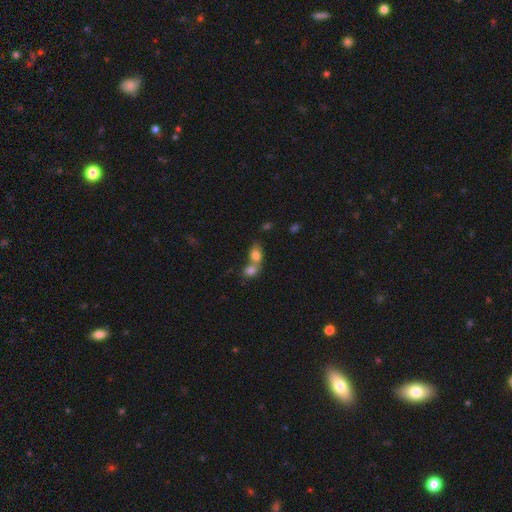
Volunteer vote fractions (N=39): Q: Smooth or featured?
A: smooth (87%); runner-up: star or artifact (10%)
Q: How rounded?
A: in between (76%); runner-up: round (24%)
Q: Merging?
A: merger (57%); runner-up: none (37%)